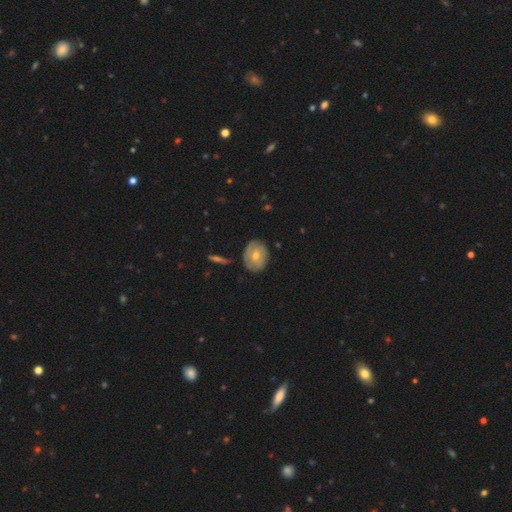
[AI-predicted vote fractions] smooth-or-featured: featured or disk: 54% | smooth: 39% | star or artifact: 7%
  disk-edge-on: no: 94% | yes: 6%
    bar: no: 60% | weak: 32% | strong: 7%
    has-spiral-arms: yes: 67% | no: 33%
    bulge-size: moderate: 57% | small: 39% | large: 2% | none: 1% | dominant: 1%
  merging: none: 75% | minor disturbance: 18% | major disturbance: 4% | merger: 2%